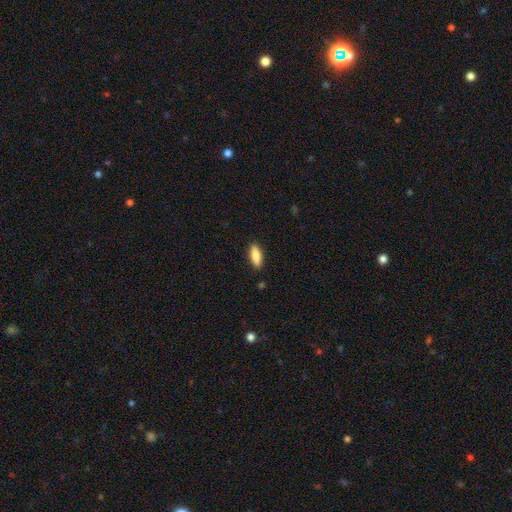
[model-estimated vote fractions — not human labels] A smooth galaxy with no disk features (82%) that is in between round and cigar-shaped (68%).

Vote fractions:
- Smooth or featured? smooth: 82% / featured or disk: 12% / star or artifact: 6%
- How rounded? in between: 68% / cigar-shaped: 30% / round: 2%
- Merging? none: 88% / minor disturbance: 9% / major disturbance: 2% / merger: 1%